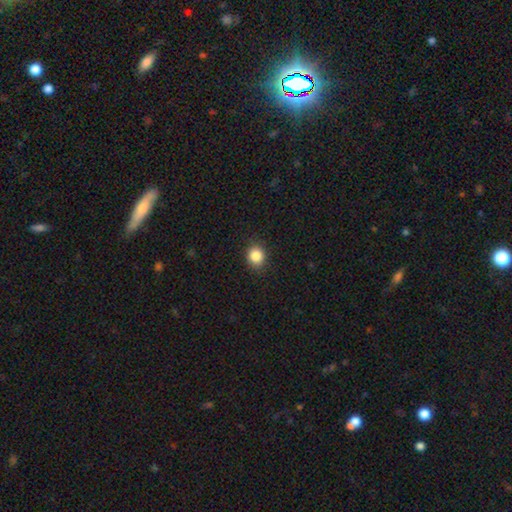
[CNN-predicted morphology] smooth_or_featured: smooth (p=0.86) [alt: star or artifact p=0.10]
how_rounded: round (p=0.74) [alt: in between p=0.25]
merging: none (p=0.87) [alt: minor disturbance p=0.09]